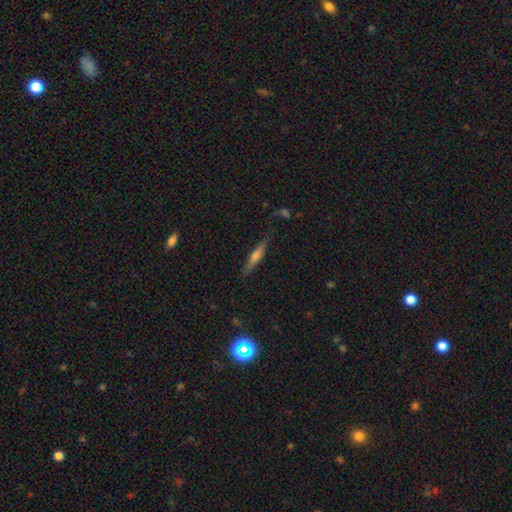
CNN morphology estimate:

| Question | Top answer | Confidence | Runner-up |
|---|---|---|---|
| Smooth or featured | featured or disk | 55% | smooth (35%) |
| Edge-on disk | yes | 96% | no (4%) |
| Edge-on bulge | rounded | 70% | none (19%) |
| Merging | none | 85% | minor disturbance (11%) |